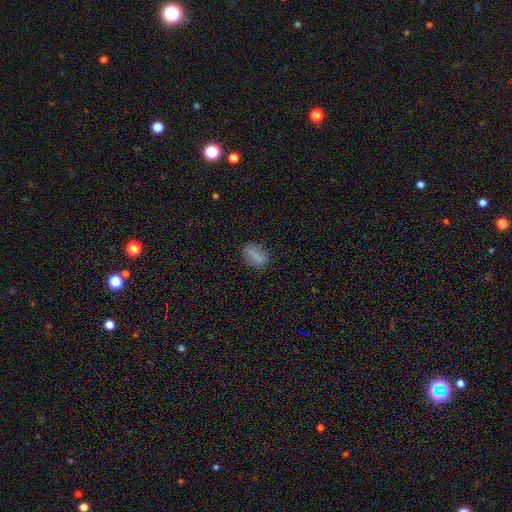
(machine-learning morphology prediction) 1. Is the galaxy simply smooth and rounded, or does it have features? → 73% smooth, 16% featured or disk, 12% star or artifact.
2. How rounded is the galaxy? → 73% in between, 18% round, 9% cigar-shaped.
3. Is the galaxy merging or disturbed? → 79% none, 14% minor disturbance, 5% major disturbance, 2% merger.